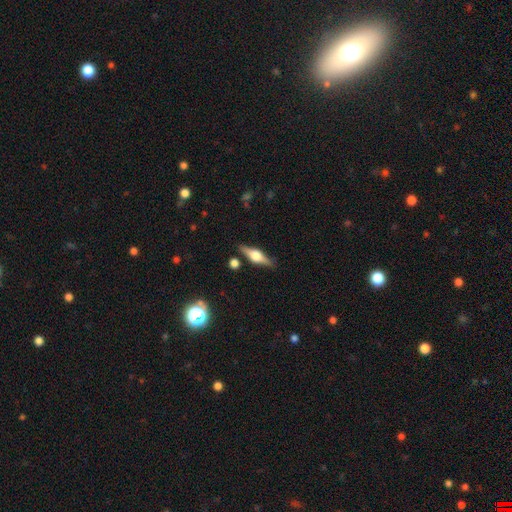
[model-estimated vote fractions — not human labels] Overall: featured or disk (69%). Edge-on disk: yes (96%). Edge-on bulge: rounded (92%). Merging: none (86%).